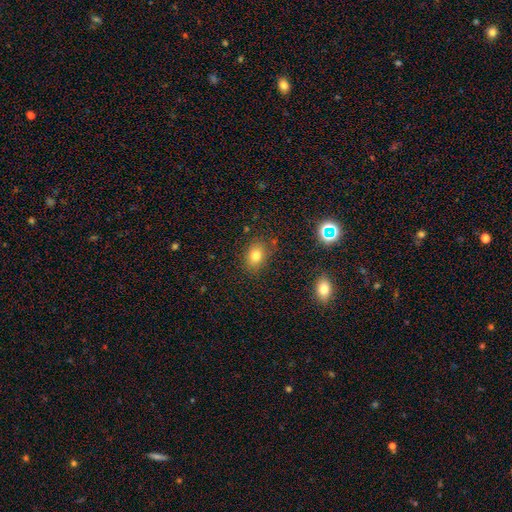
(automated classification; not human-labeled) Morphology: type=smooth (76%); roundness=in between (68%); merging=none (81%).